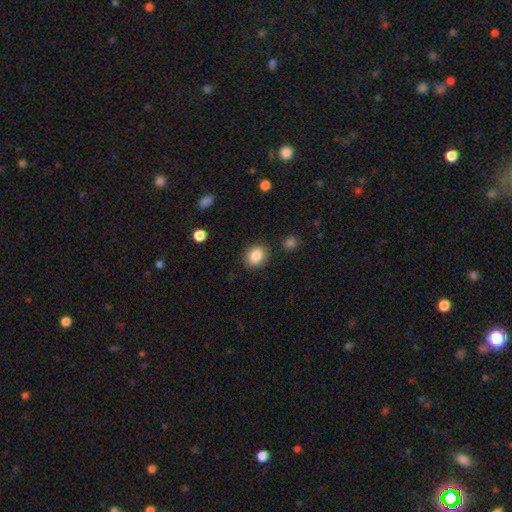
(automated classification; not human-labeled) A smooth galaxy with no disk features (86%) that is round (55%). Merging: none (86%).